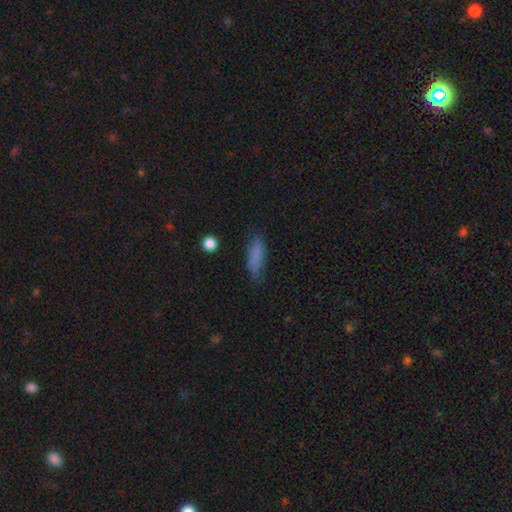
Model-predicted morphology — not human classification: The model was most divided on "how rounded": cigar-shaped: 51%, in between: 46%, round: 3%. More confident: smooth or featured — smooth (78%); merging — none (68%).